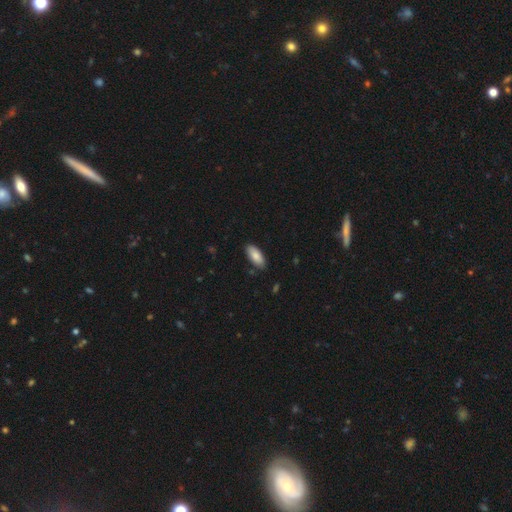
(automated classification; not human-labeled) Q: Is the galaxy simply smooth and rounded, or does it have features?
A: smooth — 85%.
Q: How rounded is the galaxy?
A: in between — 87%.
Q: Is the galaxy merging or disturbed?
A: none — 85%.